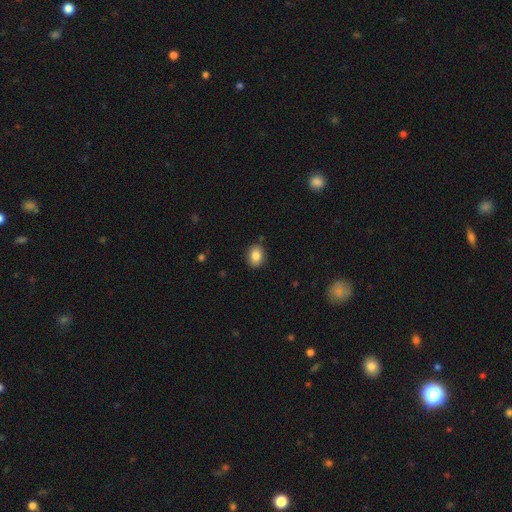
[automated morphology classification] A smooth galaxy with no disk features (85%) that is in between round and cigar-shaped (51%). Merging: none (87%).